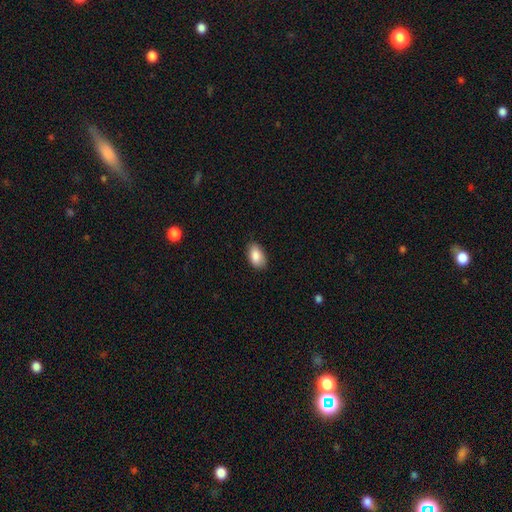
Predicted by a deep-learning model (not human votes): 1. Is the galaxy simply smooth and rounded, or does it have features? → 87% smooth, 7% star or artifact, 6% featured or disk.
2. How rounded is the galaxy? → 93% in between, 6% round, 2% cigar-shaped.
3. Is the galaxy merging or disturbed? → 82% none, 15% minor disturbance, 2% major disturbance, 1% merger.